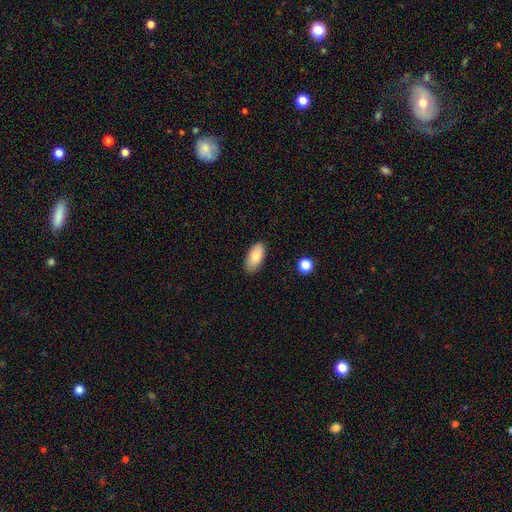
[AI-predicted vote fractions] Smooth or featured? smooth (85%)
How rounded? in between (92%)
Merging? none (85%)